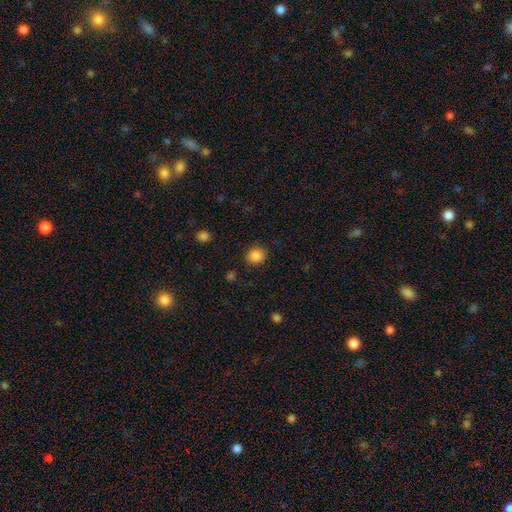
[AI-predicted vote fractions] This appears to be a smooth galaxy with no disk features (86%) that is round (76%). Merging: none (88%).